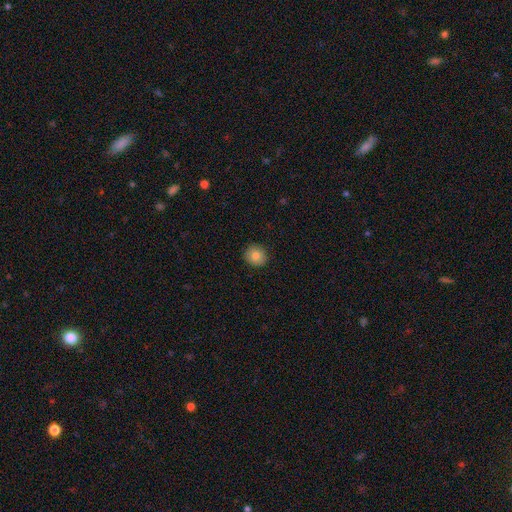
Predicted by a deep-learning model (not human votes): A smooth galaxy with no disk features (81%) that is round (89%).

Vote fractions:
- Smooth or featured? smooth: 81% / star or artifact: 10% / featured or disk: 9%
- How rounded? round: 89% / in between: 10% / cigar-shaped: 1%
- Merging? none: 91% / minor disturbance: 6% / major disturbance: 2% / merger: 1%